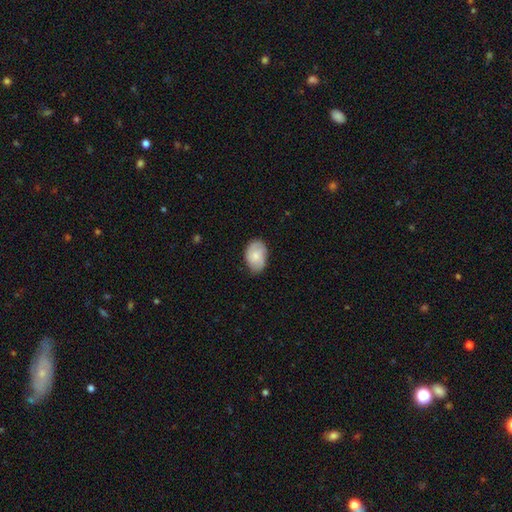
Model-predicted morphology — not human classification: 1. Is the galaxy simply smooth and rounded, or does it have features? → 67% smooth, 27% featured or disk, 6% star or artifact.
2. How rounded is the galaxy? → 85% in between, 14% round, 1% cigar-shaped.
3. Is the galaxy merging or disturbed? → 76% none, 20% minor disturbance, 4% major disturbance, 1% merger.